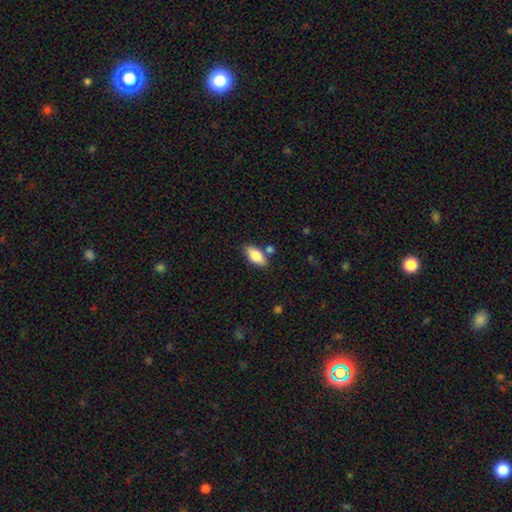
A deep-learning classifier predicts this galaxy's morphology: type=smooth (80%); roundness=in between (87%); merging=none (75%).